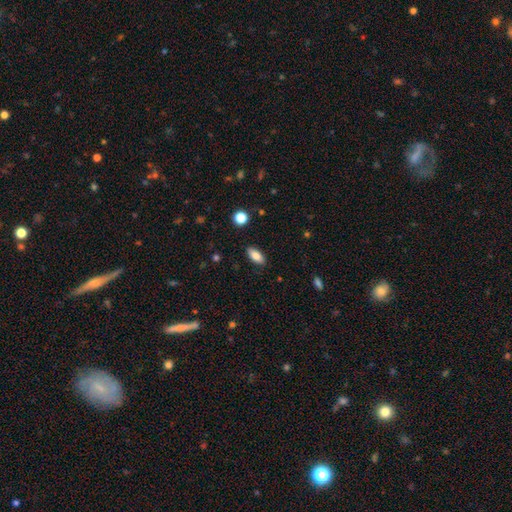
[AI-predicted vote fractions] smooth 81%, featured or disk 11%, star or artifact 8%. Down the decision tree: how rounded — in between (85%); merging — none (88%).